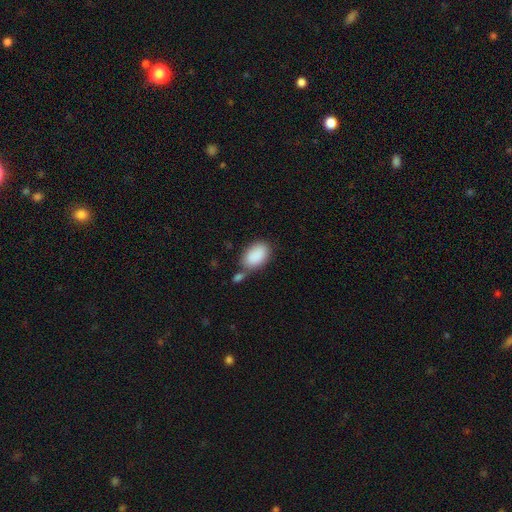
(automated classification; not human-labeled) Smooth or featured? Predicted: smooth (p=0.89). How rounded? Predicted: in between (p=0.93). Merging? Predicted: none (p=0.56).